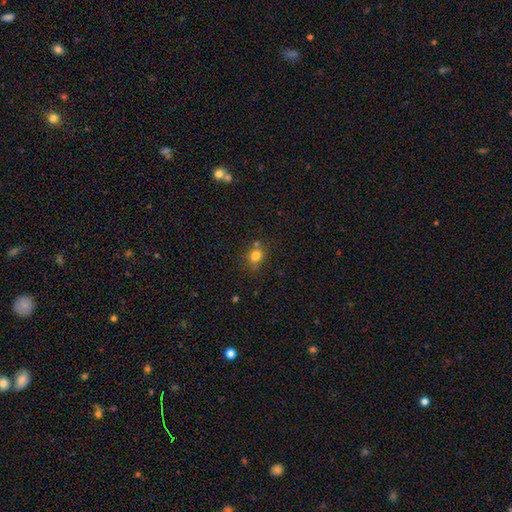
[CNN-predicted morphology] Smooth or featured?
  - smooth: 78% *
  - star or artifact: 13%
  - featured or disk: 8%
How rounded?
  - round: 69% *
  - in between: 30%
  - cigar-shaped: 1%
Merging?
  - none: 69% *
  - minor disturbance: 16%
  - merger: 11%
  - major disturbance: 4%